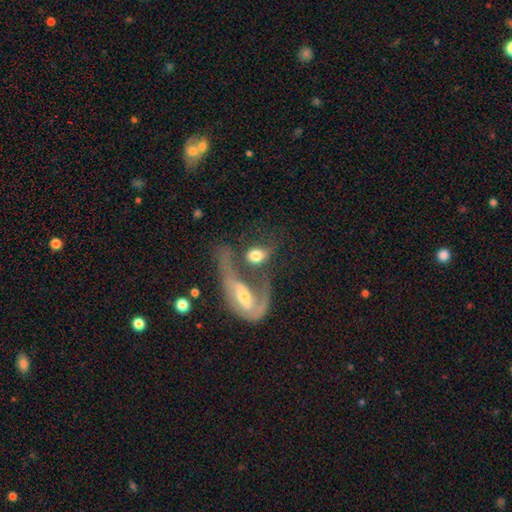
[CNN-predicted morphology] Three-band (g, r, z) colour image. It shows a smooth galaxy with no disk features (53%) that is in between round and cigar-shaped (68%). Merging: merger (54%).